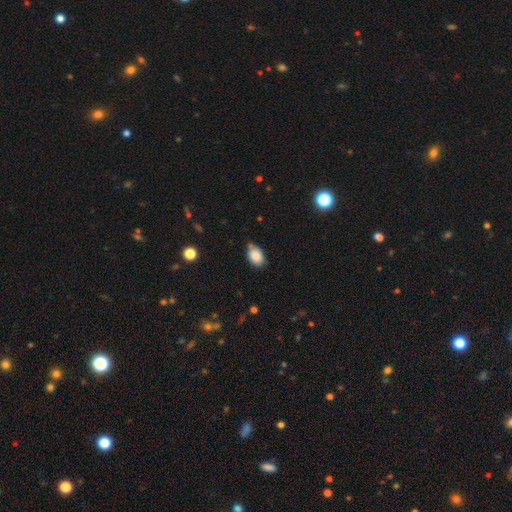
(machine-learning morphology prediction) Smooth or featured? smooth (86%)
How rounded? in between (86%)
Merging? none (69%)